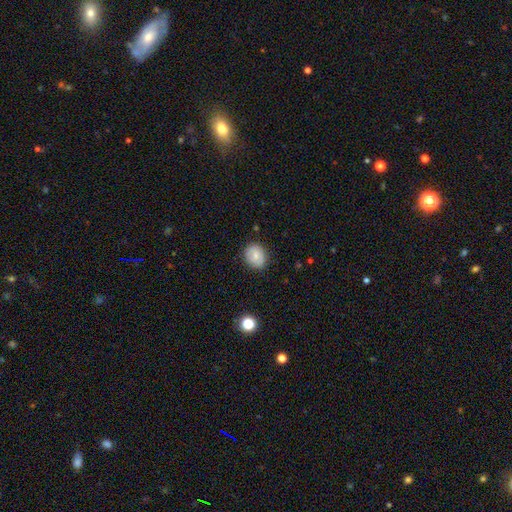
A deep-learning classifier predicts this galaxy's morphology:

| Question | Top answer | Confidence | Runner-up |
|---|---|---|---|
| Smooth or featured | smooth | 74% | featured or disk (18%) |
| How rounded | round | 62% | in between (37%) |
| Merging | none | 83% | minor disturbance (13%) |